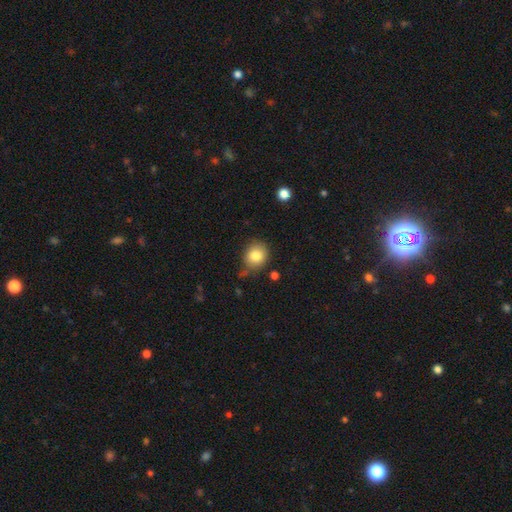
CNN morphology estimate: smooth 83%, star or artifact 9%, featured or disk 7%. Down the decision tree: how rounded — round (72%); merging — none (69%).